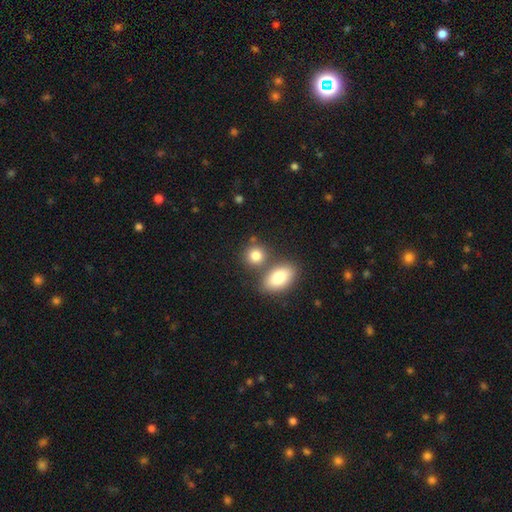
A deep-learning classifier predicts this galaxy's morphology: This is clearly a smooth galaxy (83%). How rounded: likely round (69%). Merging: likely none (62%).